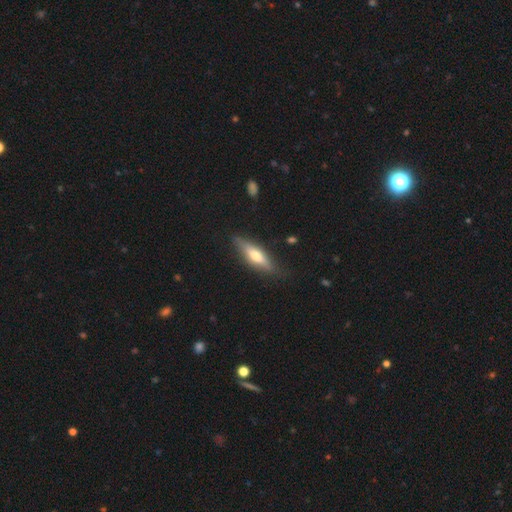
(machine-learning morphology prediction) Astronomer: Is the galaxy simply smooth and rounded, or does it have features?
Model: smooth — 48% (runner-up: featured or disk, 46%).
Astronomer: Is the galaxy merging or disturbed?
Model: none — 82%.